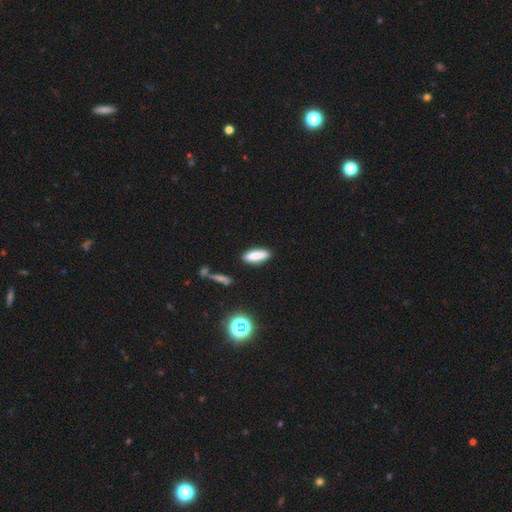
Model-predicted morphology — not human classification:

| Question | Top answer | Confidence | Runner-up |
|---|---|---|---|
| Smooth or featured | smooth | 82% | featured or disk (9%) |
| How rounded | in between | 51% | cigar-shaped (47%) |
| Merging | none | 85% | minor disturbance (10%) |